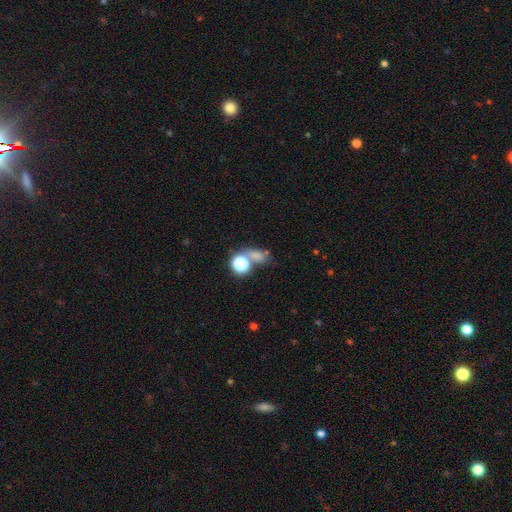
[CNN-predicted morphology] This appears to be a smooth galaxy with no disk features (62%) that is round (53%). Merging: none (45%).